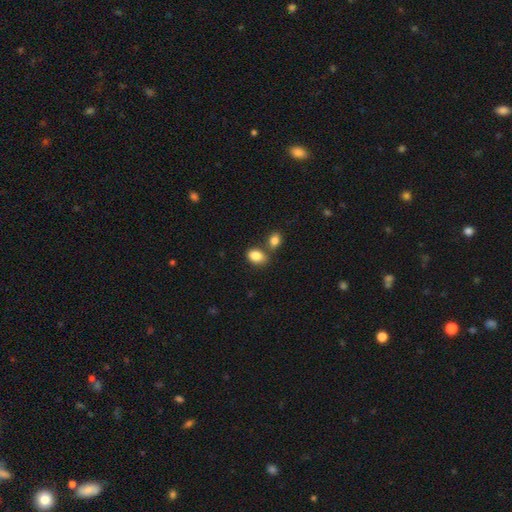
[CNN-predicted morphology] Smooth or featured: smooth — 86% (star or artifact — 8%)
How rounded: in between — 80% (round — 19%)
Merging: none — 59% (merger — 26%)